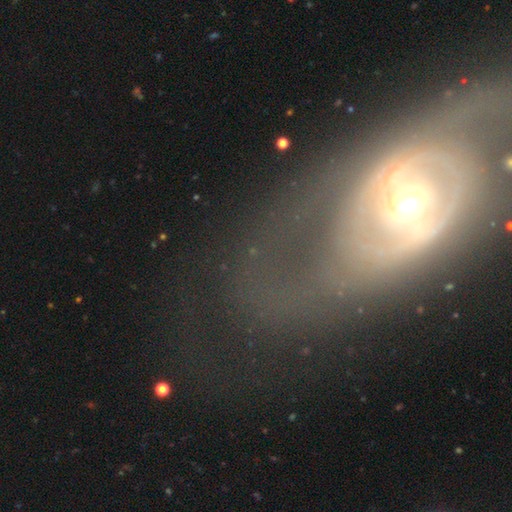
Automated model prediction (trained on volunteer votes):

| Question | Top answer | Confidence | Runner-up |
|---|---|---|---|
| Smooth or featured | featured or disk | 73% | smooth (17%) |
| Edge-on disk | no | 90% | yes (10%) |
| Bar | no | 52% | weak (28%) |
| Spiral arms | yes | 52% | no (48%) |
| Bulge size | moderate | 49% | small (42%) |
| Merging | none | 59% | major disturbance (21%) |